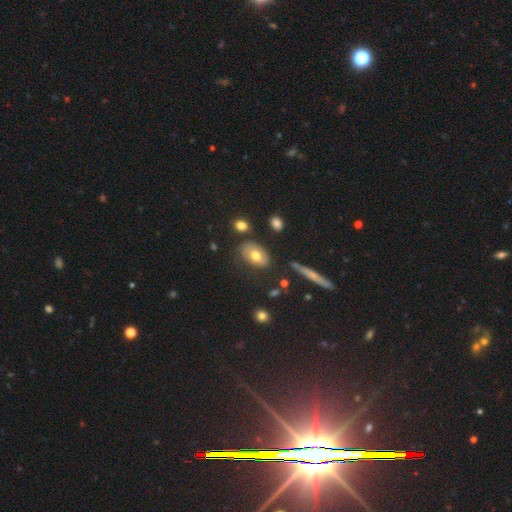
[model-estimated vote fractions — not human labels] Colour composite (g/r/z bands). It shows a smooth galaxy with no disk features (67%) that is in between round and cigar-shaped (88%). Merging: none (66%).